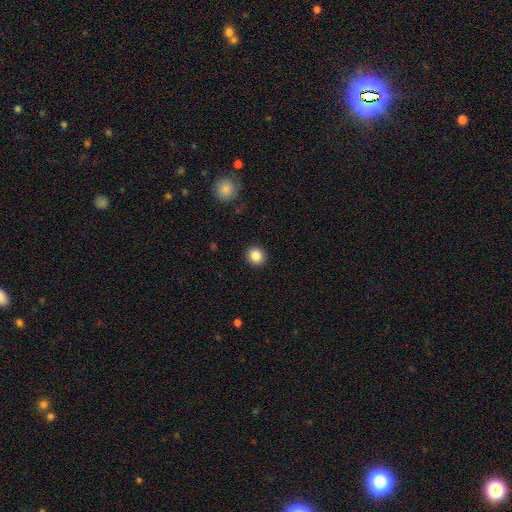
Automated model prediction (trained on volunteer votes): A smooth galaxy with no disk features (86%) that is round (93%). Merging: none (93%).